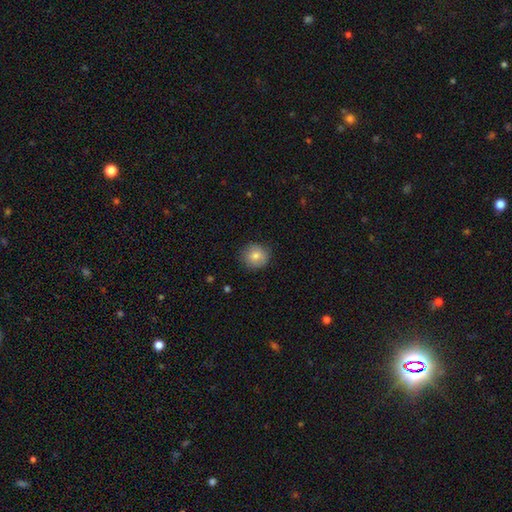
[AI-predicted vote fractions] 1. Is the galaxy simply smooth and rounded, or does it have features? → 81% smooth, 10% featured or disk, 9% star or artifact.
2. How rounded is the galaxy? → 89% round, 10% in between, 1% cigar-shaped.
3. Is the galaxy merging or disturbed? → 86% none, 10% minor disturbance, 2% major disturbance, 1% merger.